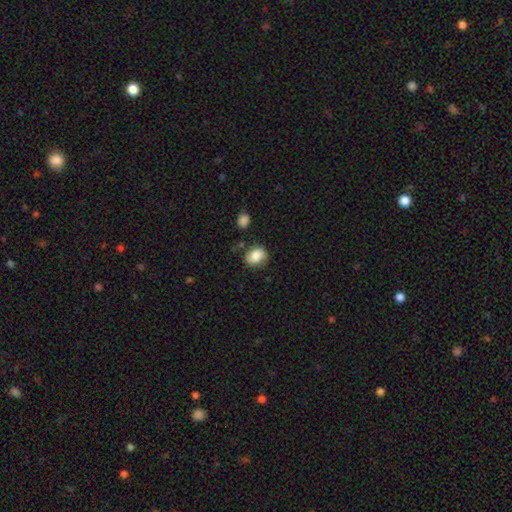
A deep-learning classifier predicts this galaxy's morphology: Smooth or featured: smooth — 82% (featured or disk — 10%)
How rounded: in between — 58% (round — 41%)
Merging: none — 66% (minor disturbance — 23%)